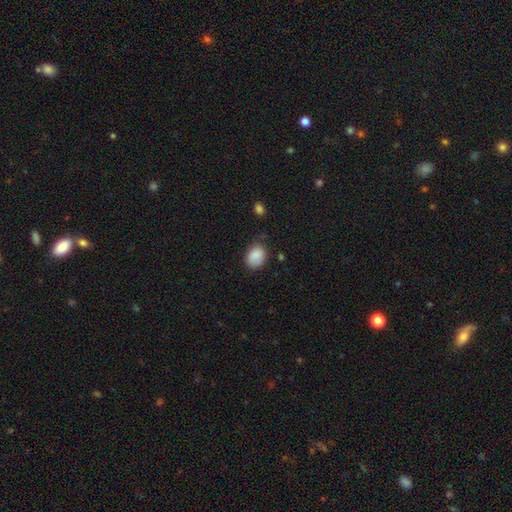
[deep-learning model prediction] A smooth galaxy with no disk features (88%) that is in between round and cigar-shaped (62%).

Vote fractions:
- Smooth or featured? smooth: 88% / star or artifact: 8% / featured or disk: 4%
- How rounded? in between: 62% / round: 37% / cigar-shaped: 1%
- Merging? none: 69% / minor disturbance: 24% / major disturbance: 5% / merger: 2%